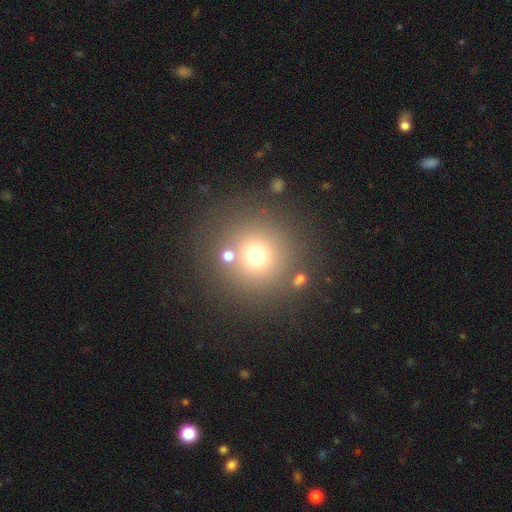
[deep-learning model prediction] A smooth galaxy with no disk features (69%) that is round (94%). Merging: none (76%).